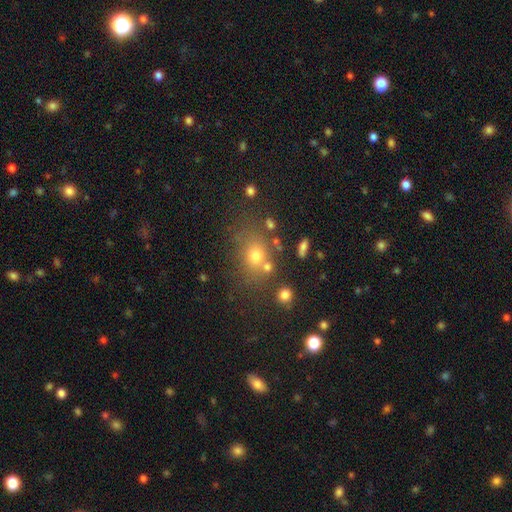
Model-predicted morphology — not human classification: type=smooth (69%); roundness=round (49%, tied with in between); merging=none (63%).